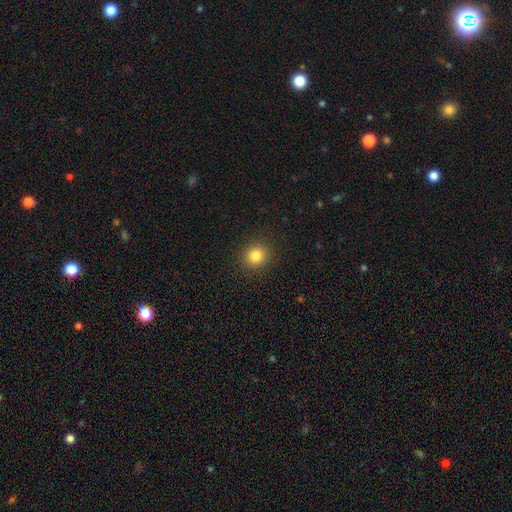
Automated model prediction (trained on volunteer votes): smooth-or-featured: smooth: 83% | star or artifact: 11% | featured or disk: 6%
  how-rounded: round: 83% | in between: 16% | cigar-shaped: 1%
  merging: none: 91% | minor disturbance: 6% | major disturbance: 2% | merger: 1%